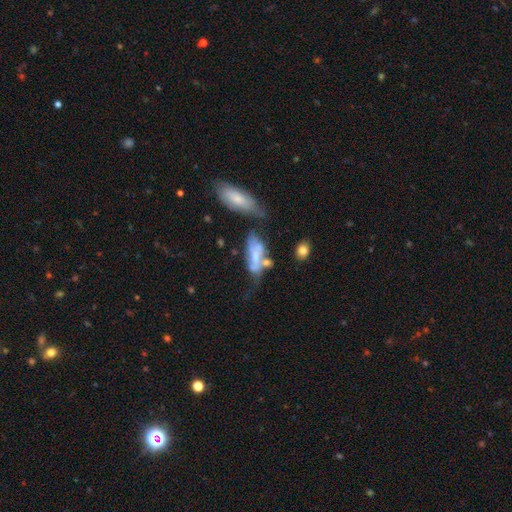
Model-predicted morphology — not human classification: A featured or disk galaxy (49%). Merging: merger (29%).